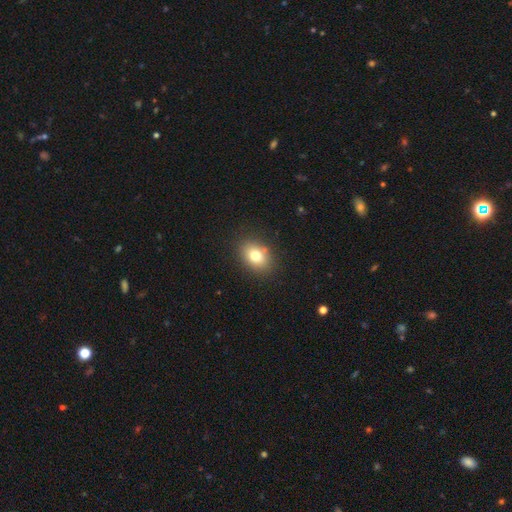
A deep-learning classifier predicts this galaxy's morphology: Smooth or featured?
  - smooth: 77% *
  - featured or disk: 12%
  - star or artifact: 11%
How rounded?
  - in between: 68% *
  - round: 30%
  - cigar-shaped: 1%
Merging?
  - none: 84% *
  - minor disturbance: 10%
  - major disturbance: 3%
  - merger: 2%